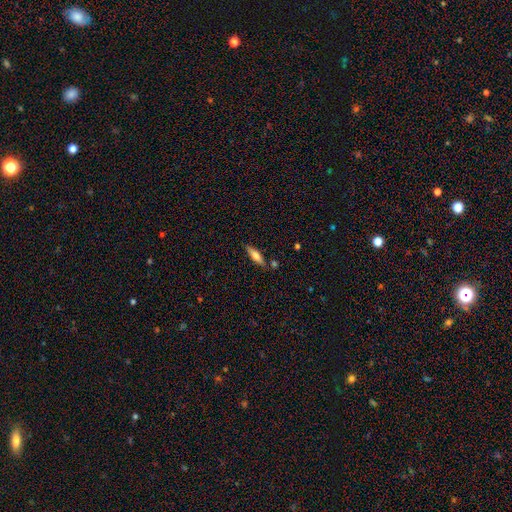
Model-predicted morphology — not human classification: The model was most divided on "smooth or featured": smooth: 56%, featured or disk: 37%, star or artifact: 7%. More confident: merging — none (82%); how rounded — cigar-shaped (72%).